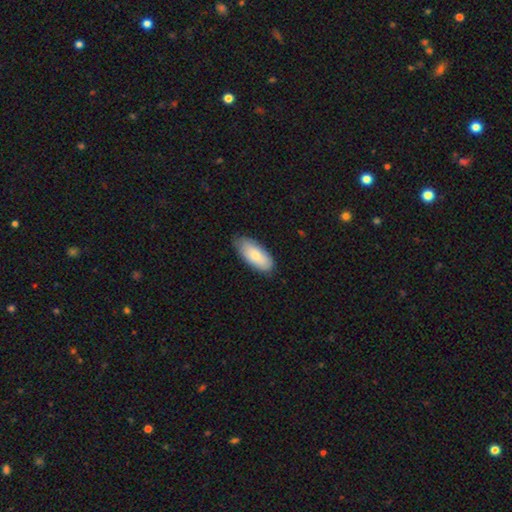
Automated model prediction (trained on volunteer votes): This is likely a smooth galaxy (77%). How rounded: clearly in between (88%). Merging: likely none (77%).